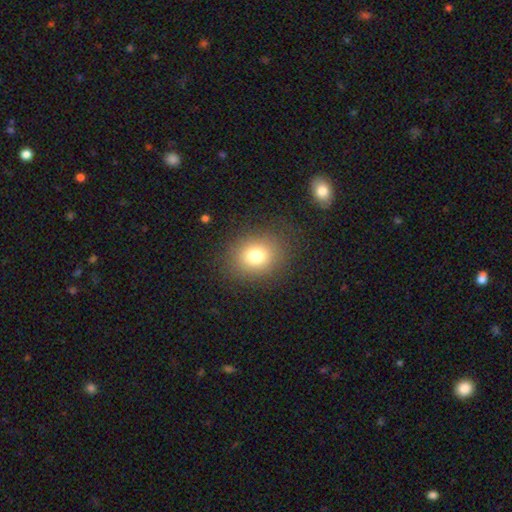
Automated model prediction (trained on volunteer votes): smooth_or_featured: smooth (p=0.78) [alt: star or artifact p=0.13]
how_rounded: round (p=0.66) [alt: in between p=0.33]
merging: none (p=0.84) [alt: minor disturbance p=0.10]